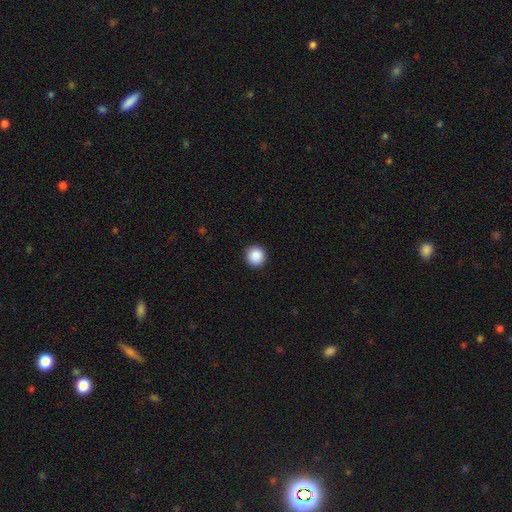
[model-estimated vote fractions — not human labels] Smooth or featured? Predicted: smooth (p=0.89). How rounded? Predicted: round (p=0.95). Merging? Predicted: none (p=0.93).